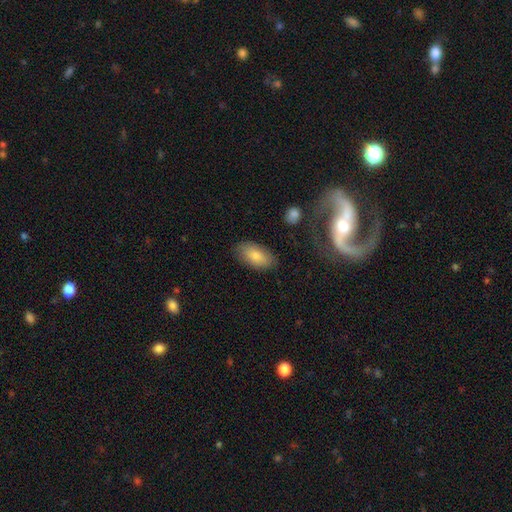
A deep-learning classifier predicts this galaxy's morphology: This is likely a smooth galaxy (73%). How rounded: clearly in between (93%). Merging: clearly none (80%).